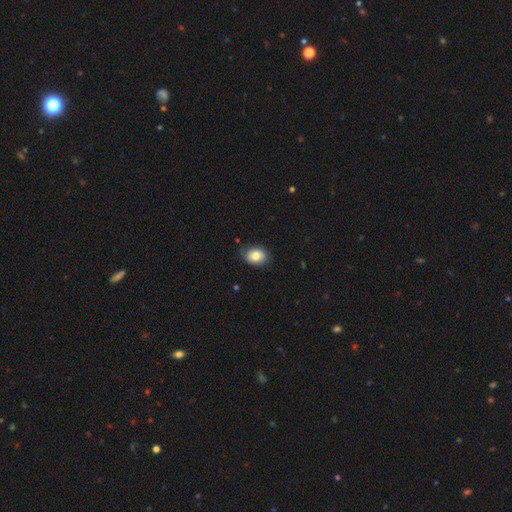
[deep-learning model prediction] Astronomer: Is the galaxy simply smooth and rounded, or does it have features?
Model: smooth — 74%.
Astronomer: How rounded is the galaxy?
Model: in between — 59% (runner-up: round, 40%).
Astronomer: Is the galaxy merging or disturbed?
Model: none — 75%.